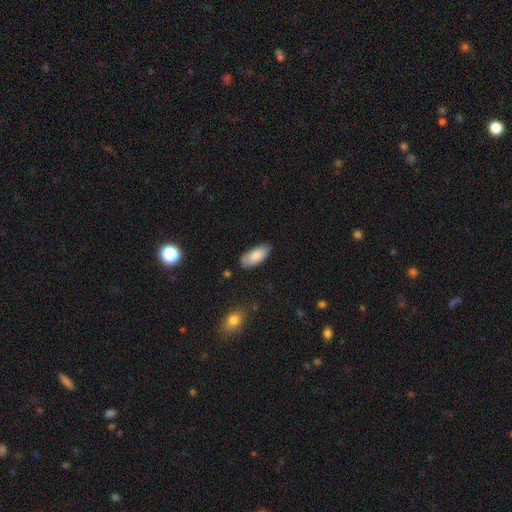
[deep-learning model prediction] smooth-or-featured: smooth: 84% | featured or disk: 10% | star or artifact: 6%
  how-rounded: in between: 88% | cigar-shaped: 11% | round: 2%
  merging: none: 78% | minor disturbance: 17% | major disturbance: 3% | merger: 2%